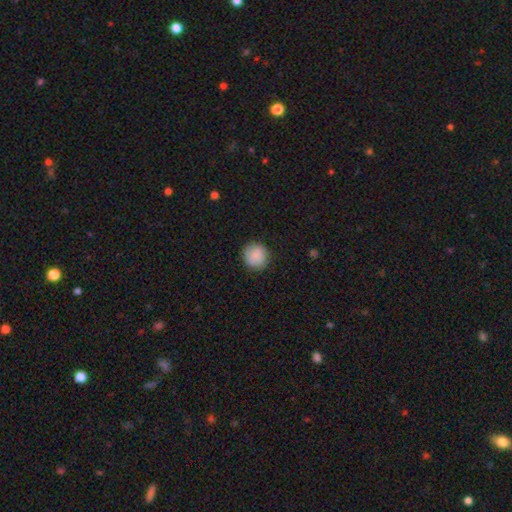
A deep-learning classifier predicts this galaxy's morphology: Smooth or featured? smooth (85%)
How rounded? round (89%)
Merging? none (84%)